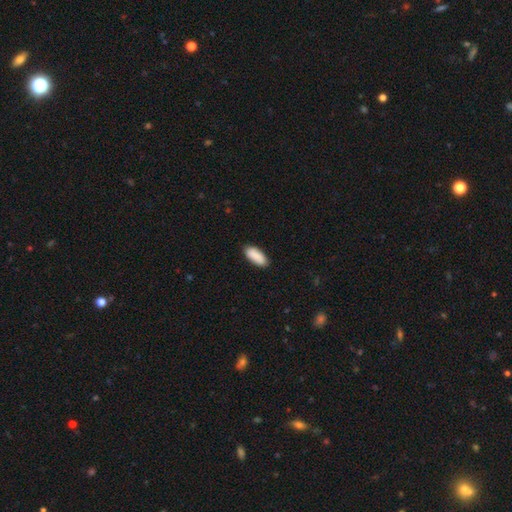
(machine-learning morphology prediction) Overall: smooth (90%). How rounded: in between (81%). Merging: none (87%).